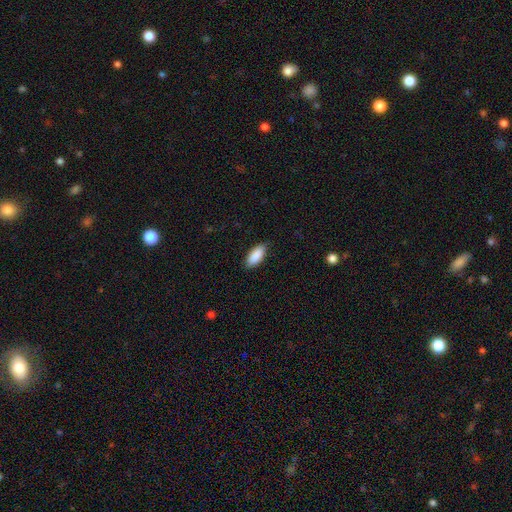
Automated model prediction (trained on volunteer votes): smooth_or_featured: smooth (p=0.90) [alt: star or artifact p=0.06]
how_rounded: in between (p=0.88) [alt: cigar-shaped p=0.10]
merging: none (p=0.84) [alt: minor disturbance p=0.13]